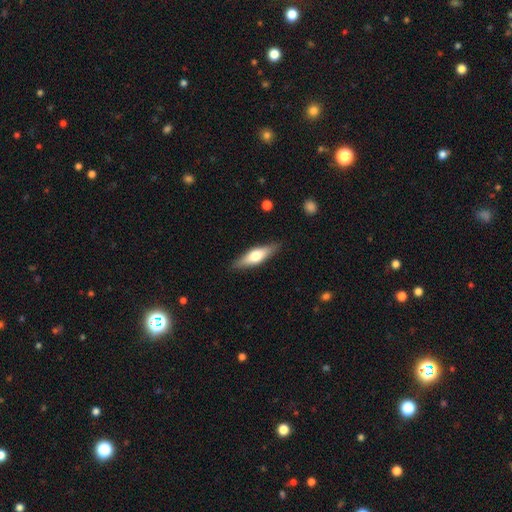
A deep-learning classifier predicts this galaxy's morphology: type=smooth (49%); merging=none (87%).